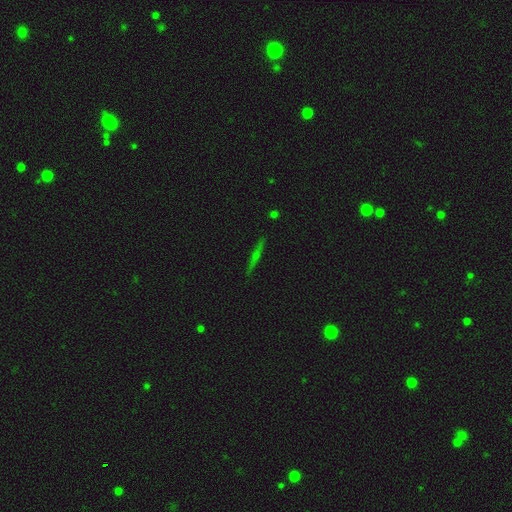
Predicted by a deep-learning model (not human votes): Smooth or featured?
  - featured or disk: 60% *
  - smooth: 26%
  - star or artifact: 14%
Edge-on disk?
  - yes: 95% *
  - no: 5%
Edge-on bulge?
  - rounded: 53% *
  - none: 37%
  - boxy: 10%
Merging?
  - none: 90% *
  - minor disturbance: 7%
  - major disturbance: 2%
  - merger: 1%